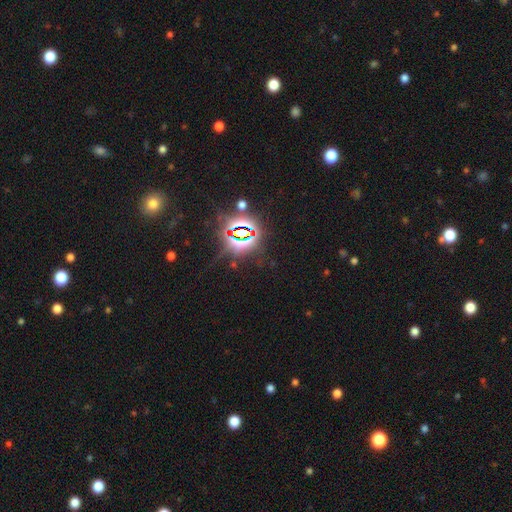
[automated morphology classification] The model was most divided on "smooth or featured": star or artifact: 83%, smooth: 9%, featured or disk: 7%.